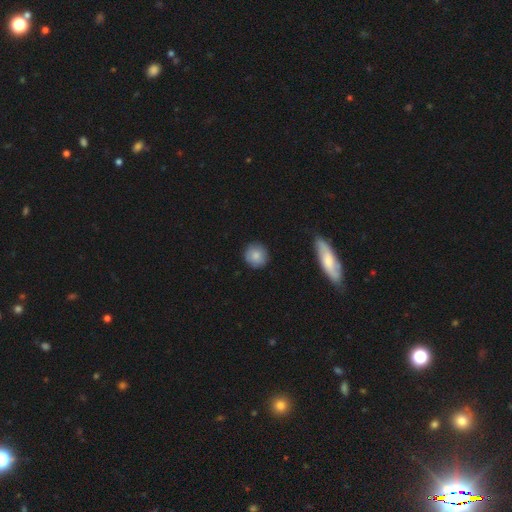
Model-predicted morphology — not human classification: smooth 80%, featured or disk 13%, star or artifact 8%. Down the decision tree: how rounded — round (92%); merging — none (87%).